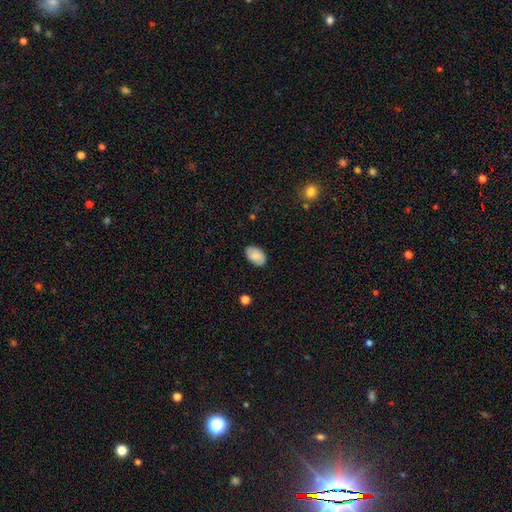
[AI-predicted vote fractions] Smooth or featured: smooth — 80% (featured or disk — 14%)
How rounded: in between — 90% (round — 9%)
Merging: none — 84% (minor disturbance — 13%)